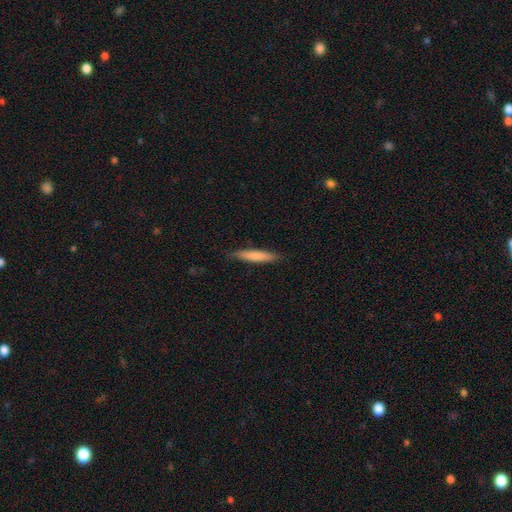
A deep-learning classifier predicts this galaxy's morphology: Smooth or featured: smooth — 74% (featured or disk — 20%)
How rounded: cigar-shaped — 92% (in between — 7%)
Merging: none — 88% (minor disturbance — 10%)